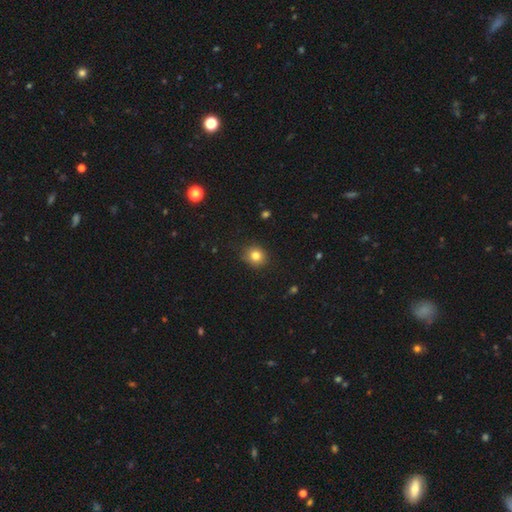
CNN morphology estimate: Q: Smooth or featured?
A: smooth (81%); runner-up: star or artifact (12%)
Q: How rounded?
A: round (81%); runner-up: in between (18%)
Q: Merging?
A: none (86%); runner-up: minor disturbance (10%)